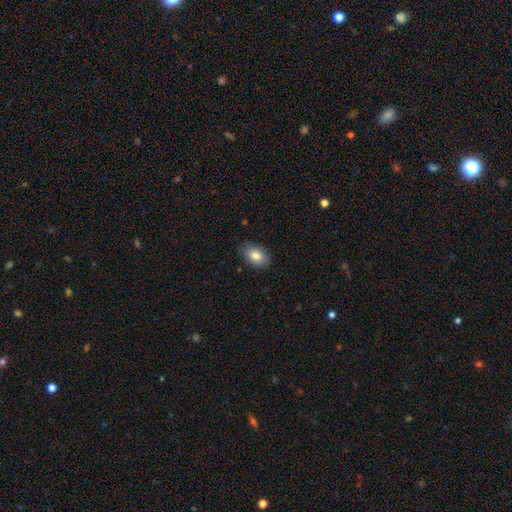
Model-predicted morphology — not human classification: type=smooth (82%); roundness=in between (87%); merging=none (82%).